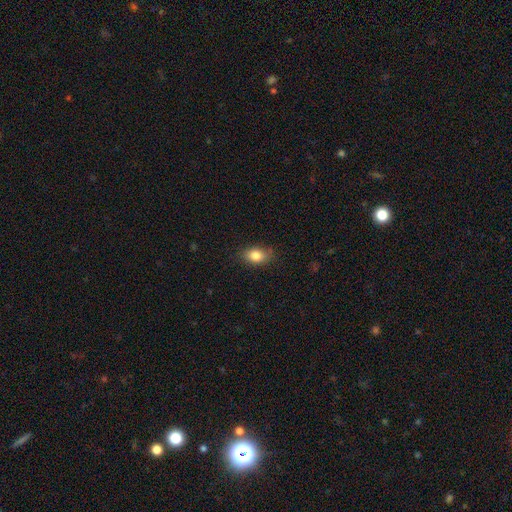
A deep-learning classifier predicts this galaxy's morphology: Smooth or featured?
  - smooth: 84% *
  - star or artifact: 9%
  - featured or disk: 8%
How rounded?
  - in between: 82% *
  - round: 16%
  - cigar-shaped: 2%
Merging?
  - none: 80% *
  - minor disturbance: 16%
  - major disturbance: 3%
  - merger: 1%